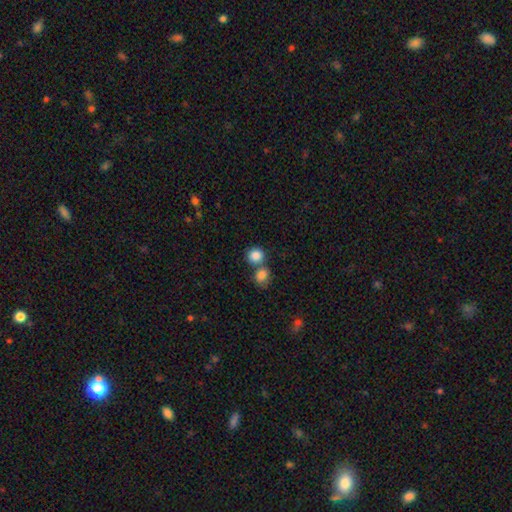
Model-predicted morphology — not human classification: Smooth or featured? Predicted: smooth (p=0.86). How rounded? Predicted: round (p=0.81). Merging? Predicted: none (p=0.52).